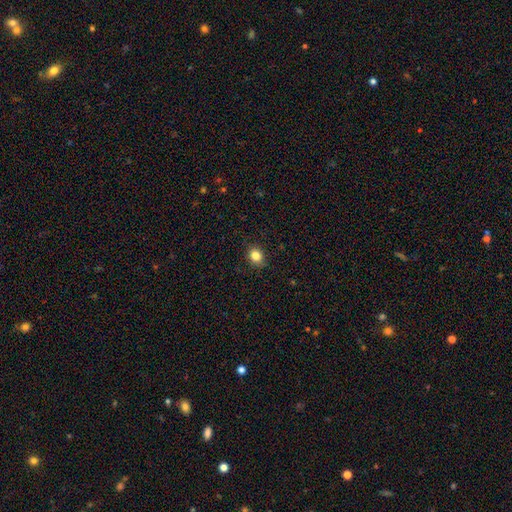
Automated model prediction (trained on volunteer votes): A smooth galaxy with no disk features (84%) that is round (58%). Merging: none (87%).